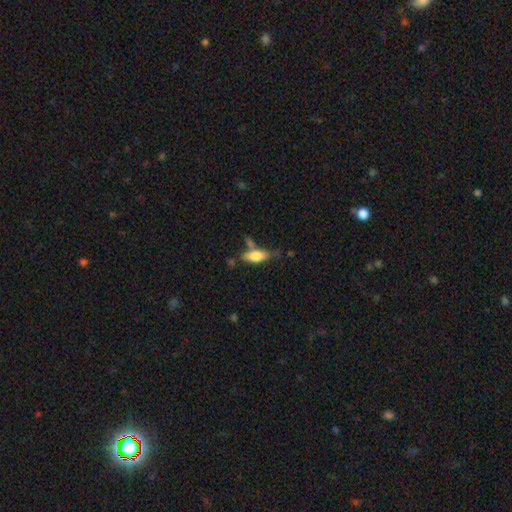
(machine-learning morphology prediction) smooth-or-featured: smooth: 72% | featured or disk: 22% | star or artifact: 7%
  how-rounded: in between: 69% | cigar-shaped: 28% | round: 3%
  merging: none: 56% | minor disturbance: 22% | merger: 15% | major disturbance: 7%